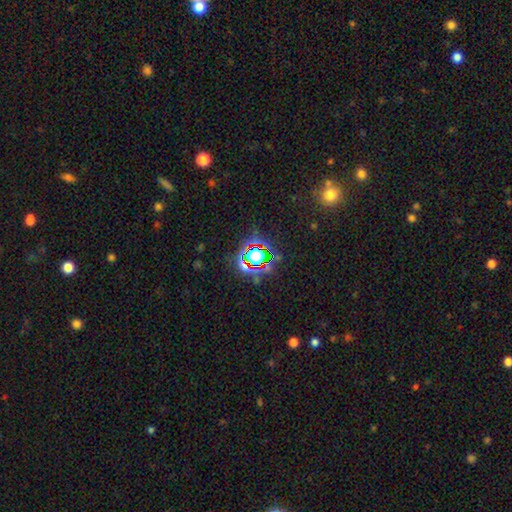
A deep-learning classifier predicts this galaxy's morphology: The model was most divided on "smooth or featured": star or artifact: 70%, smooth: 20%, featured or disk: 11%.